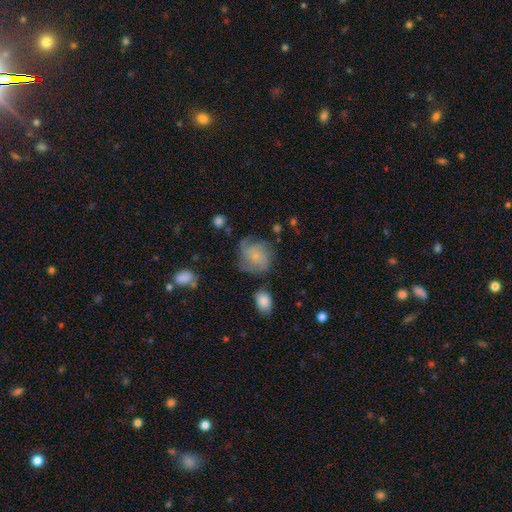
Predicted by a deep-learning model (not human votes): smooth 46%, featured or disk 44%, star or artifact 10%. Down the decision tree: merging — none (54%).